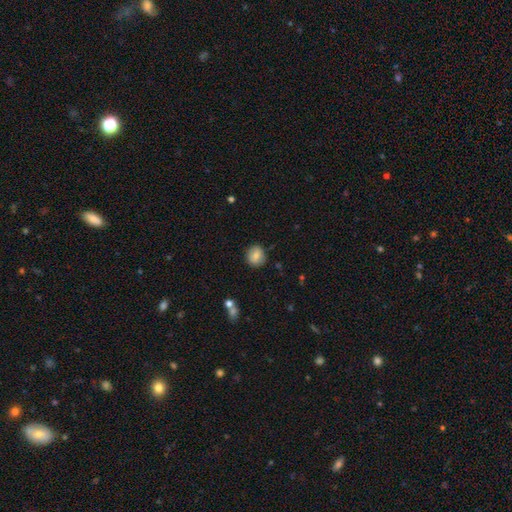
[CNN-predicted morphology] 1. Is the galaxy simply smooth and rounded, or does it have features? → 81% smooth, 10% featured or disk, 8% star or artifact.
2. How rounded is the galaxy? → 86% round, 13% in between, 1% cigar-shaped.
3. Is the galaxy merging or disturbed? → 86% none, 10% minor disturbance, 2% major disturbance, 2% merger.